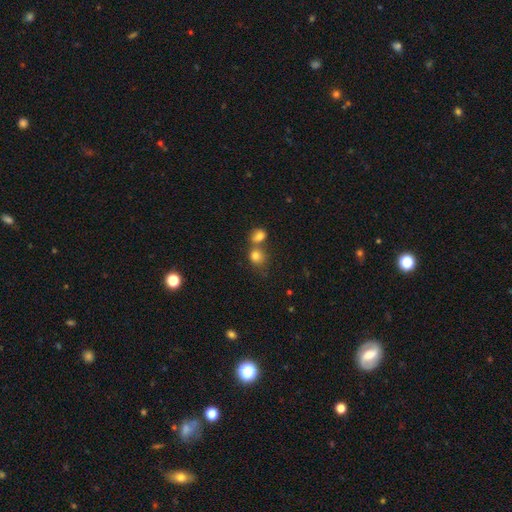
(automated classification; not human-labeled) Smooth or featured?
  - smooth: 79% *
  - star or artifact: 12%
  - featured or disk: 8%
How rounded?
  - round: 74% *
  - in between: 25%
  - cigar-shaped: 1%
Merging?
  - merger: 45% *
  - none: 42%
  - minor disturbance: 9%
  - major disturbance: 4%